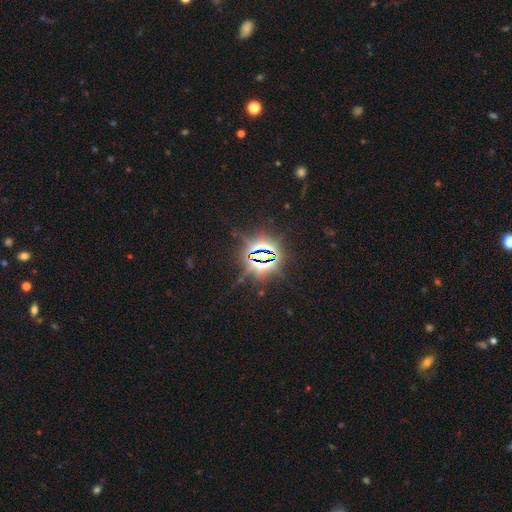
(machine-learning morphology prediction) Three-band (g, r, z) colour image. It shows a star or artifact, not a galaxy (84%).